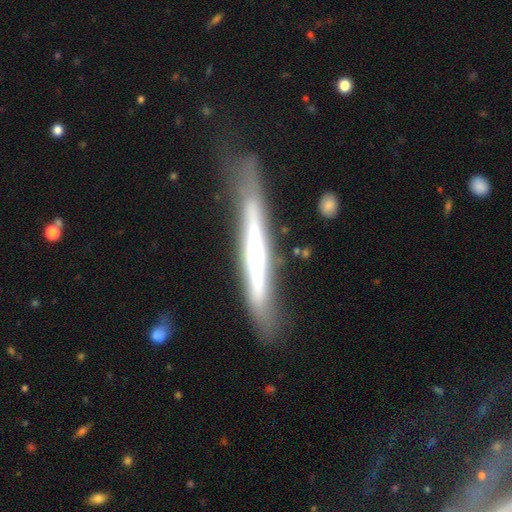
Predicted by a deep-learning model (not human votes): A featured or disk galaxy (68%) viewed edge-on (90%) with a rounded central bulge (43%).

Vote fractions:
- Smooth or featured? featured or disk: 68% / smooth: 26% / star or artifact: 6%
- Edge-on disk? yes: 90% / no: 10%
- Edge-on bulge? rounded: 43% / none: 35% / boxy: 23%
- Merging? none: 65% / minor disturbance: 21% / major disturbance: 11% / merger: 3%